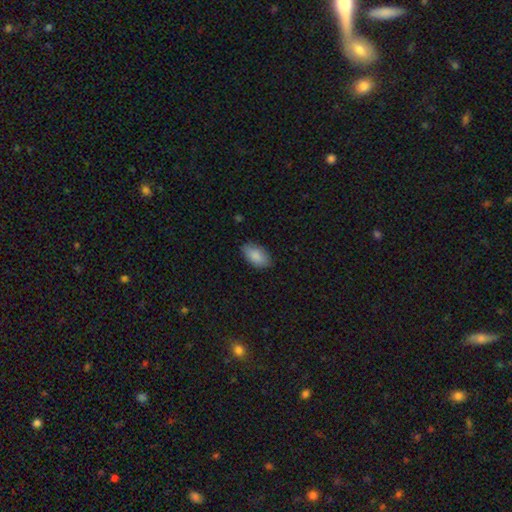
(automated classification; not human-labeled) A smooth galaxy with no disk features (88%) that is in between round and cigar-shaped (94%).

Vote fractions:
- Smooth or featured? smooth: 88% / star or artifact: 6% / featured or disk: 6%
- How rounded? in between: 94% / round: 3% / cigar-shaped: 3%
- Merging? none: 84% / minor disturbance: 13% / major disturbance: 2% / merger: 1%